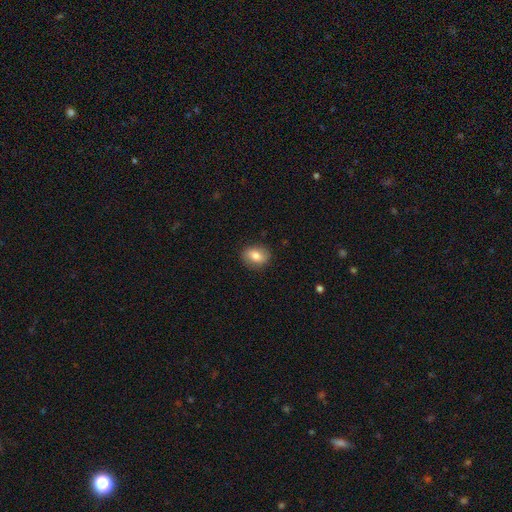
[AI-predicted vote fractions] A smooth galaxy with no disk features (79%) that is in between round and cigar-shaped (61%). Merging: none (86%).